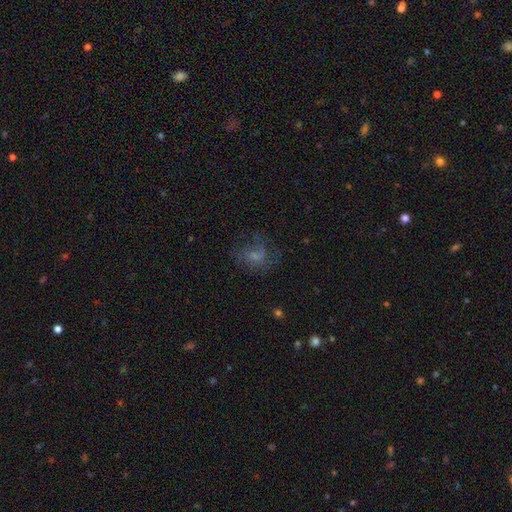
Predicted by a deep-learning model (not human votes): Morphology: type=featured or disk (43%); merging=none (50%).